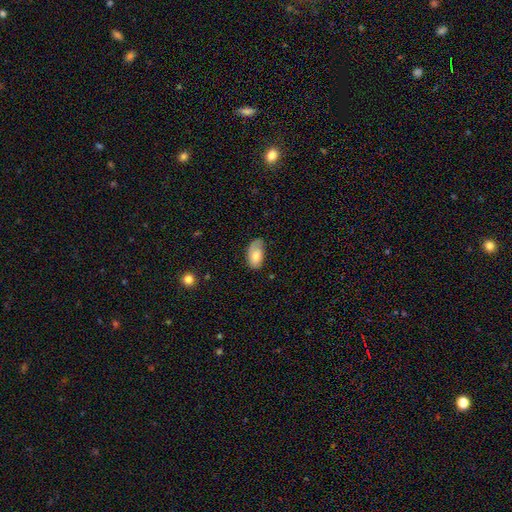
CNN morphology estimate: This appears to be a smooth galaxy with no disk features (69%) that is in between round and cigar-shaped (94%). Merging: none (54%).